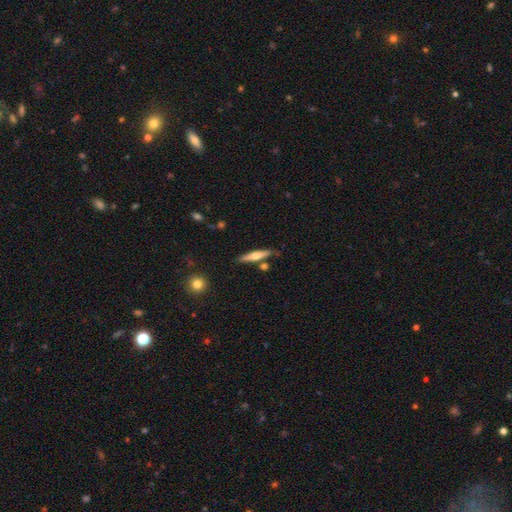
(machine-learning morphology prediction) smooth_or_featured: featured or disk (p=0.50) [alt: smooth p=0.44]
merging: none (p=0.80) [alt: minor disturbance p=0.11]